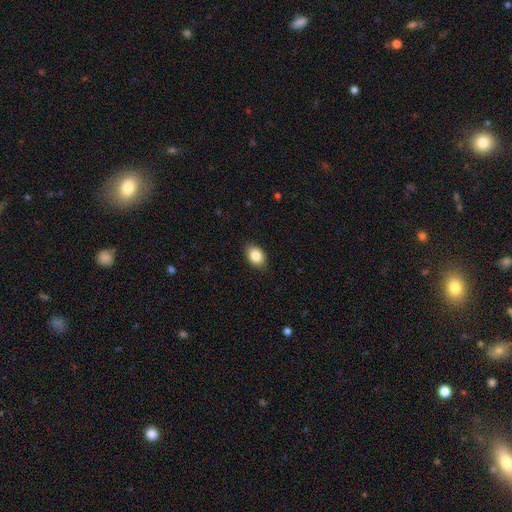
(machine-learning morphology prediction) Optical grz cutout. It shows a smooth galaxy with no disk features (86%) that is in between round and cigar-shaped (83%). Merging: none (88%).